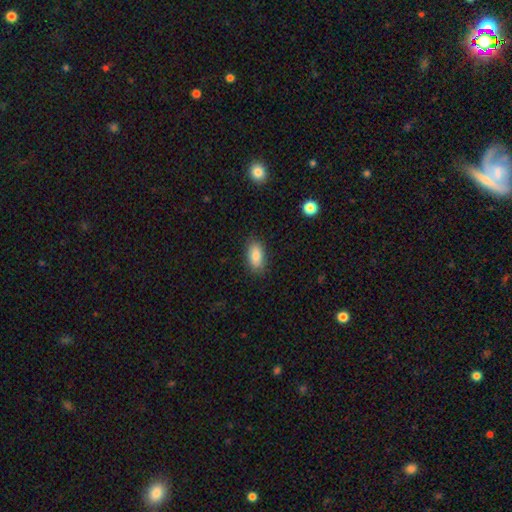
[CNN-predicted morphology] Smooth or featured? Predicted: smooth (p=0.86). How rounded? Predicted: in between (p=0.90). Merging? Predicted: none (p=0.86).